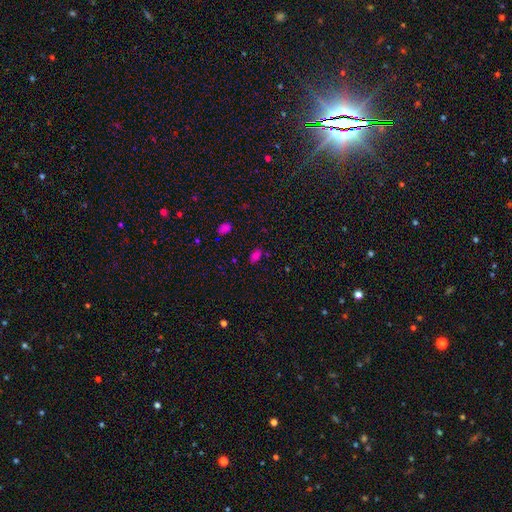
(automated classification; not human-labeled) Smooth or featured: smooth — 73% (star or artifact — 22%)
How rounded: in between — 91% (round — 7%)
Merging: none — 81% (minor disturbance — 12%)